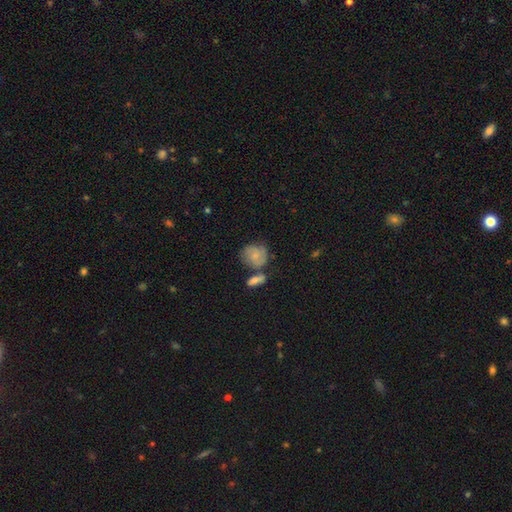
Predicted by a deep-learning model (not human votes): Overall: smooth (59%; featured or disk 34%). How rounded: round (65%; in between 33%). Merging: none (46%; merger 23%).